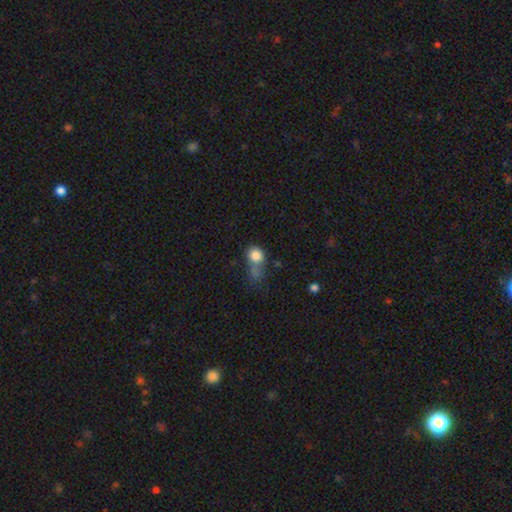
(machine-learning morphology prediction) Smooth or featured? smooth (81%)
How rounded? round (71%)
Merging? none (33%)